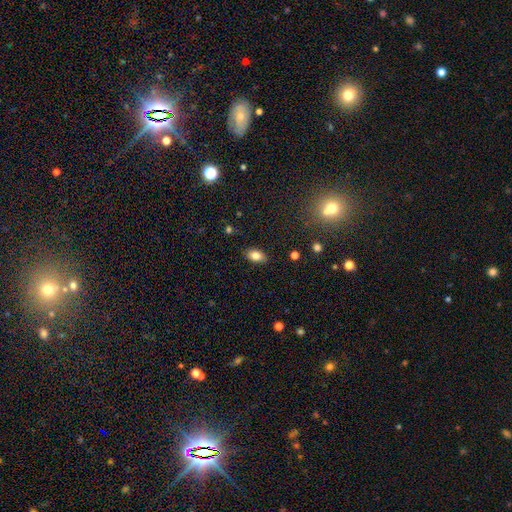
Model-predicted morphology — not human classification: smooth-or-featured: smooth: 82% | featured or disk: 9% | star or artifact: 9%
  how-rounded: in between: 88% | round: 10% | cigar-shaped: 2%
  merging: none: 85% | minor disturbance: 11% | major disturbance: 2% | merger: 1%